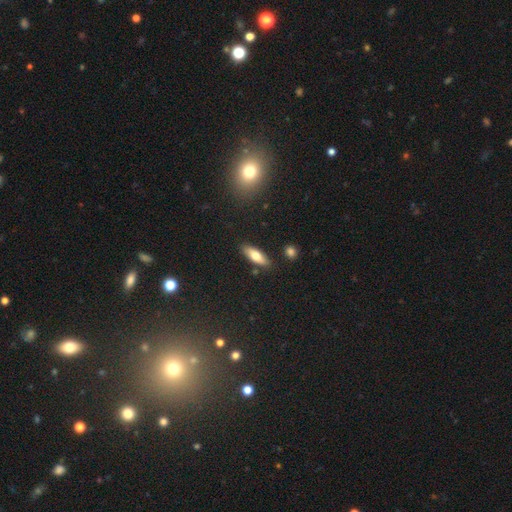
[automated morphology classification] Overall: smooth (69%). How rounded: in between (60%; cigar-shaped 38%). Merging: none (84%).